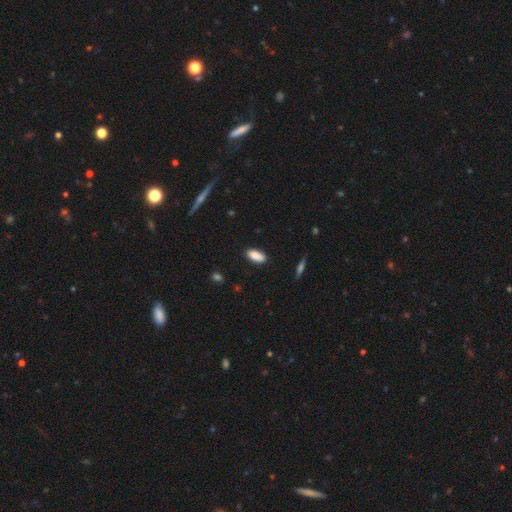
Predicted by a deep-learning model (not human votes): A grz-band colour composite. It shows a smooth galaxy with no disk features (87%) that is in between round and cigar-shaped (83%). Merging: none (85%).